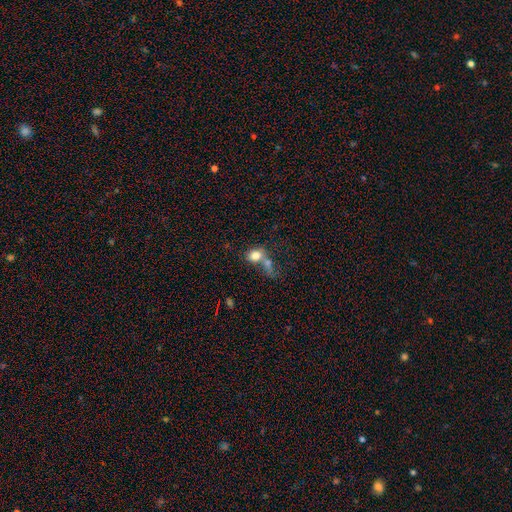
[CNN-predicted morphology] Overall: smooth (77%). How rounded: round (50%; in between 48%). Merging: merger (51%; none 29%).